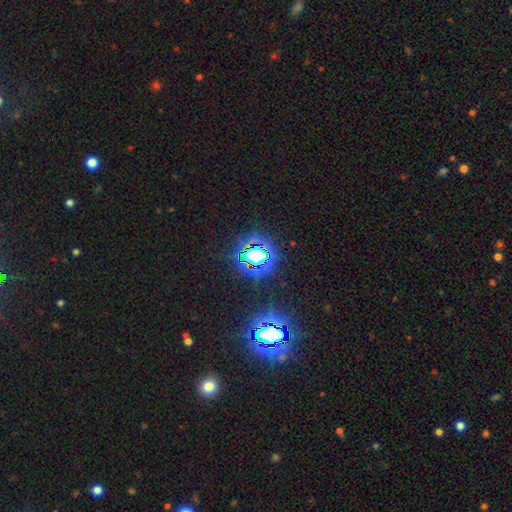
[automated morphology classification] Smooth or featured: star or artifact — 74% (smooth — 16%)